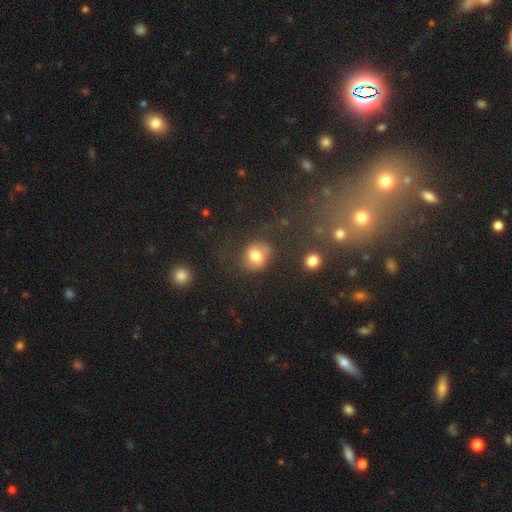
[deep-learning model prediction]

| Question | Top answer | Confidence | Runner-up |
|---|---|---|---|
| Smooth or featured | smooth | 72% | featured or disk (17%) |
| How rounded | round | 66% | in between (33%) |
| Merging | none | 59% | minor disturbance (21%) |